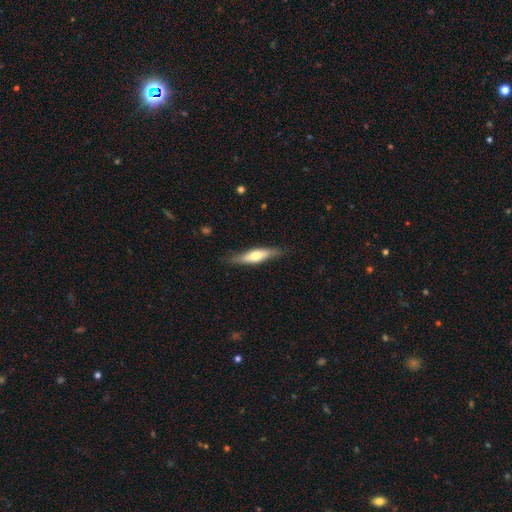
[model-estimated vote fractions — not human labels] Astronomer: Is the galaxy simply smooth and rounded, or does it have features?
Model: smooth — 53% (runner-up: featured or disk, 42%).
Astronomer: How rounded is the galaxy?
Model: cigar-shaped — 69%.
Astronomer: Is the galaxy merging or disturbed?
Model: none — 80%.